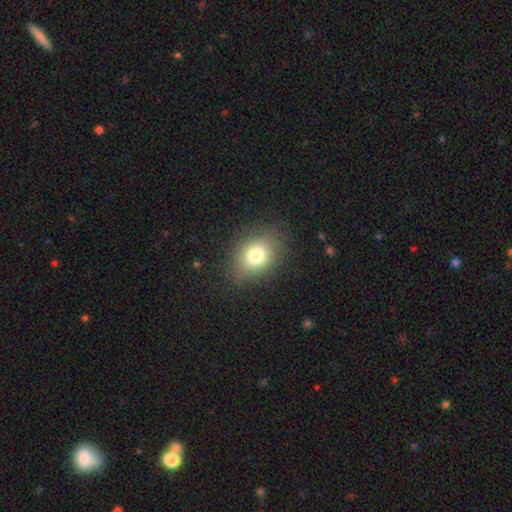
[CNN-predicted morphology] type=smooth (77%); roundness=in between (61%); merging=none (83%).